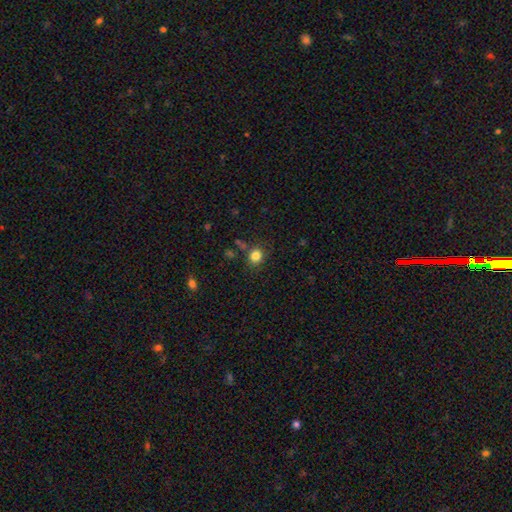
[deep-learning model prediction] Q: Smooth or featured?
A: smooth (82%); runner-up: star or artifact (12%)
Q: How rounded?
A: round (78%); runner-up: in between (21%)
Q: Merging?
A: none (80%); runner-up: minor disturbance (11%)